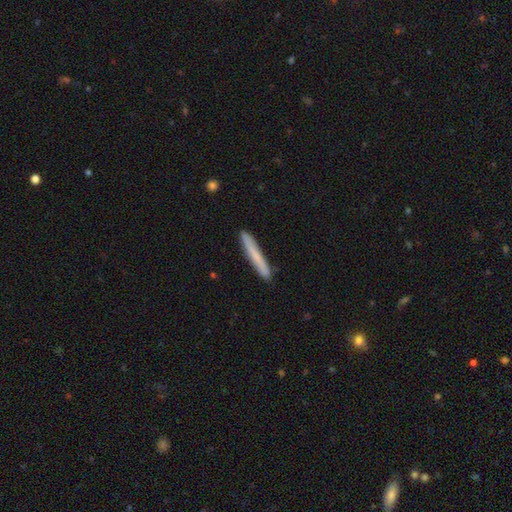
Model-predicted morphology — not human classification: Smooth or featured?
  - smooth: 70% *
  - featured or disk: 25%
  - star or artifact: 6%
How rounded?
  - cigar-shaped: 96% *
  - in between: 2%
  - round: 1%
Merging?
  - none: 90% *
  - minor disturbance: 8%
  - major disturbance: 1%
  - merger: 1%